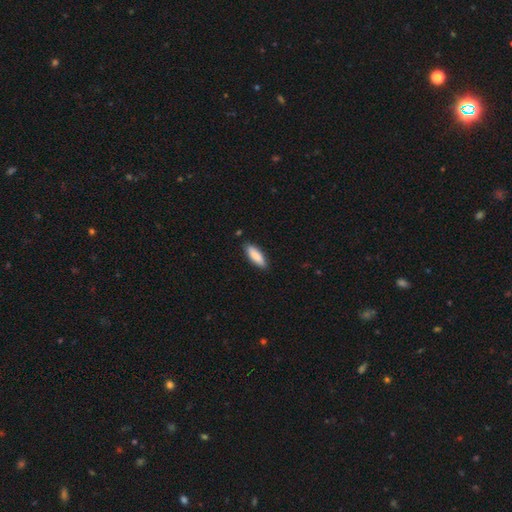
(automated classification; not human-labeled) A smooth galaxy with no disk features (86%) that is in between round and cigar-shaped (56%).

Vote fractions:
- Smooth or featured? smooth: 86% / featured or disk: 8% / star or artifact: 5%
- How rounded? in between: 56% / cigar-shaped: 43% / round: 2%
- Merging? none: 87% / minor disturbance: 10% / major disturbance: 2% / merger: 1%